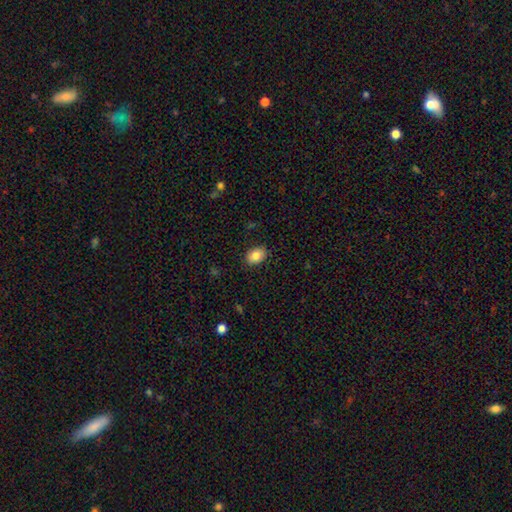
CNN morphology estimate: The model was most divided on "how rounded": in between: 74%, round: 25%, cigar-shaped: 1%. More confident: merging — none (87%); smooth or featured — smooth (84%).